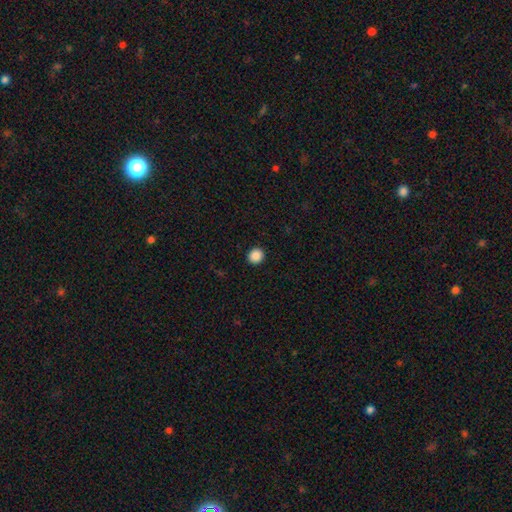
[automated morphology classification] Smooth or featured: smooth — 88% (star or artifact — 9%)
How rounded: round — 90% (in between — 9%)
Merging: none — 93% (minor disturbance — 4%)